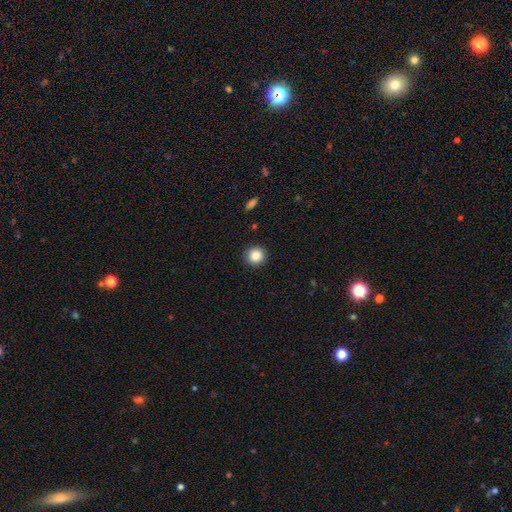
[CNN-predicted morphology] This appears to be a smooth galaxy with no disk features (86%) that is round (95%). Merging: none (92%).